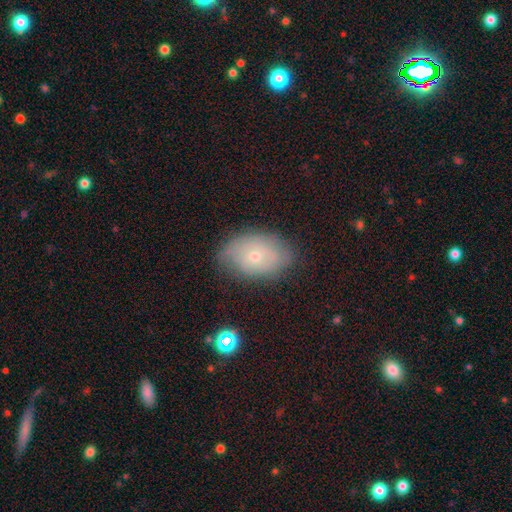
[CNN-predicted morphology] The model was most divided on "smooth or featured": smooth: 52%, featured or disk: 39%, star or artifact: 9%. More confident: how rounded — in between (84%); merging — none (72%).